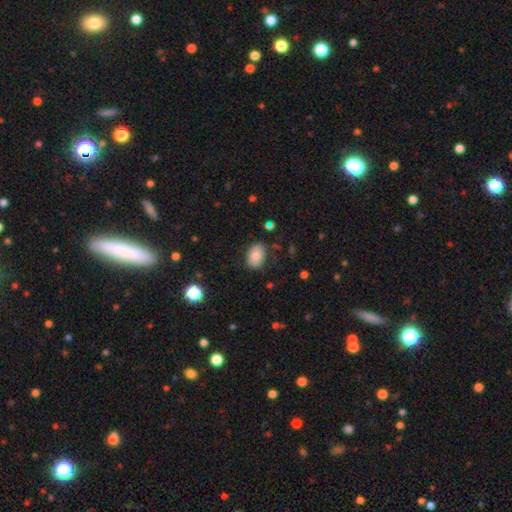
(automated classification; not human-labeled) Morphology: type=smooth (78%); roundness=in between (77%); merging=none (81%).